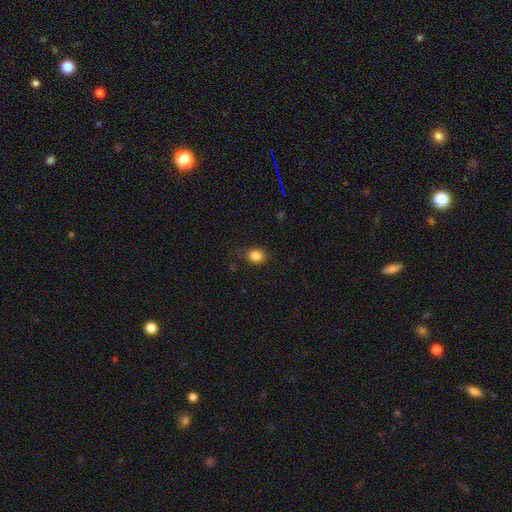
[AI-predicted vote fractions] This appears to be a smooth galaxy with no disk features (84%) that is round (55%). Merging: none (78%).